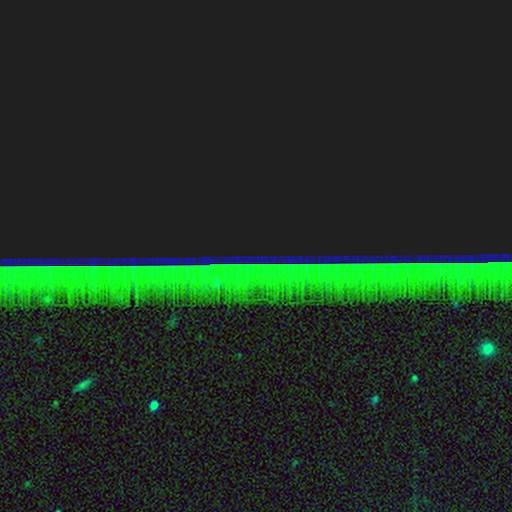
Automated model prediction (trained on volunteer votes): Q: Smooth or featured?
A: star or artifact (85%); runner-up: featured or disk (8%)